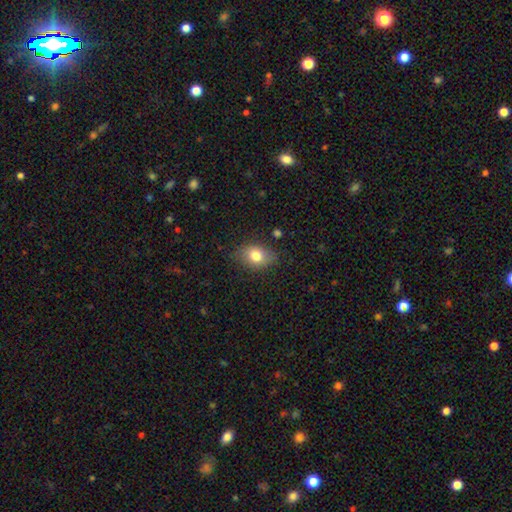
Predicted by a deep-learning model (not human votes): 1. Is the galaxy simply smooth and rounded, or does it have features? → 78% smooth, 13% featured or disk, 9% star or artifact.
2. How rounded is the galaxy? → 71% in between, 27% round, 1% cigar-shaped.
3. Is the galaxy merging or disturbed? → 81% none, 14% minor disturbance, 3% major disturbance, 1% merger.